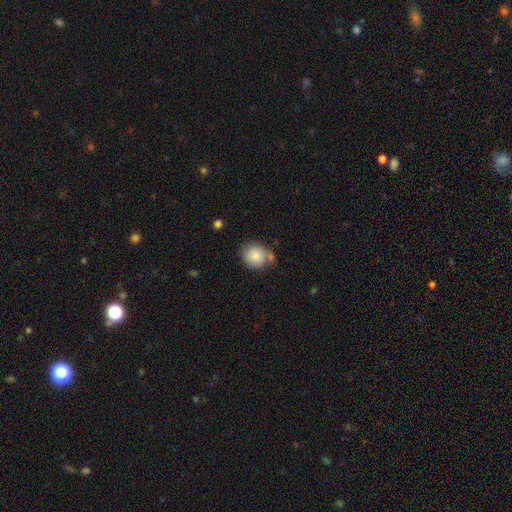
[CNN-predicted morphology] Overall: smooth (84%). How rounded: round (78%). Merging: none (64%).